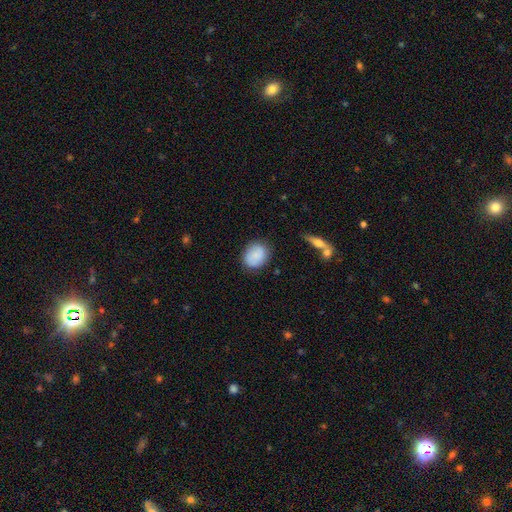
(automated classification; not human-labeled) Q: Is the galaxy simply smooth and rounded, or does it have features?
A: smooth — 81%.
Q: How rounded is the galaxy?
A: in between — 50%.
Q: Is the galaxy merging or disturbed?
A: none — 80%.